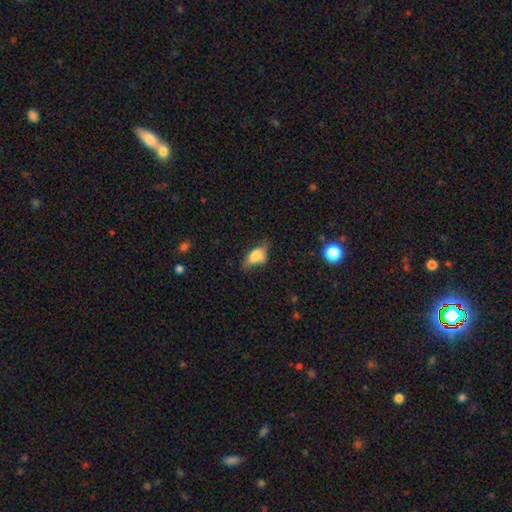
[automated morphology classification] The model was most divided on "merging": none: 44%, minor disturbance: 35%, major disturbance: 18%, merger: 3%. More confident: how rounded — in between (86%); smooth or featured — smooth (69%).